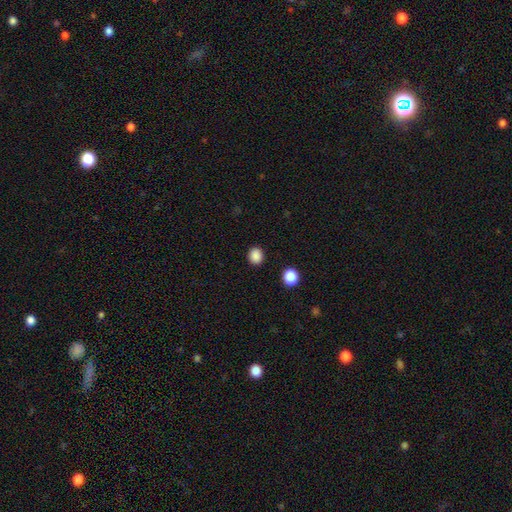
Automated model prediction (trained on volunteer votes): Smooth or featured: smooth — 87% (star or artifact — 10%)
How rounded: round — 72% (in between — 27%)
Merging: none — 90% (minor disturbance — 6%)